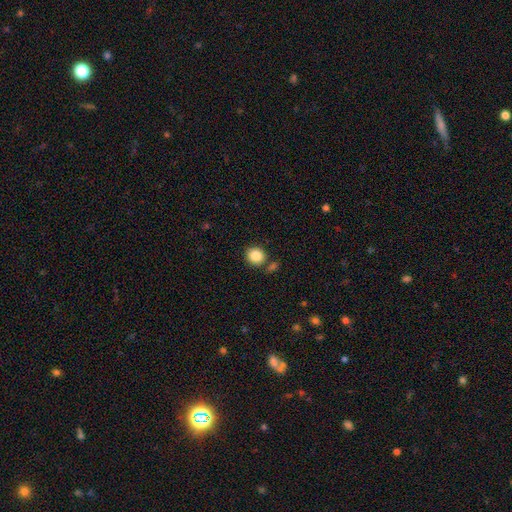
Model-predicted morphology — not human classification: This is clearly a smooth galaxy (86%). How rounded: clearly round (84%). Merging: likely none (77%).